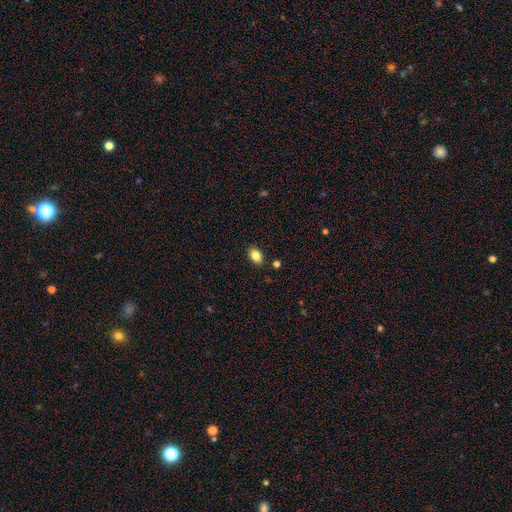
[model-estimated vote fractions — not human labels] A smooth galaxy with no disk features (84%) that is in between round and cigar-shaped (81%).

Vote fractions:
- Smooth or featured? smooth: 84% / star or artifact: 9% / featured or disk: 7%
- How rounded? in between: 81% / round: 17% / cigar-shaped: 1%
- Merging? none: 86% / minor disturbance: 9% / merger: 2% / major disturbance: 2%